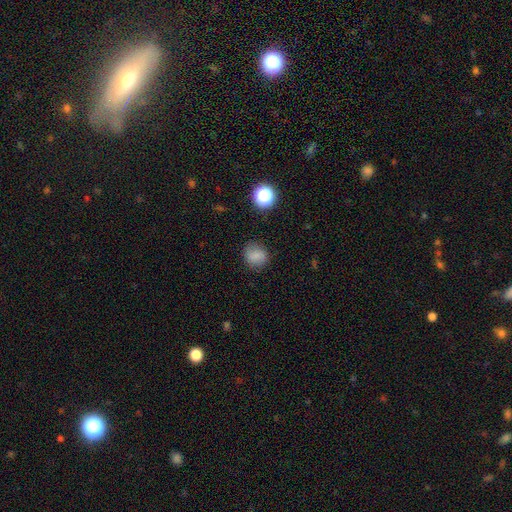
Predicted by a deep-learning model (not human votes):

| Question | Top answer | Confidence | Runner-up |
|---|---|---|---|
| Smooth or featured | smooth | 78% | star or artifact (13%) |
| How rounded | round | 77% | in between (21%) |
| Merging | none | 80% | minor disturbance (14%) |